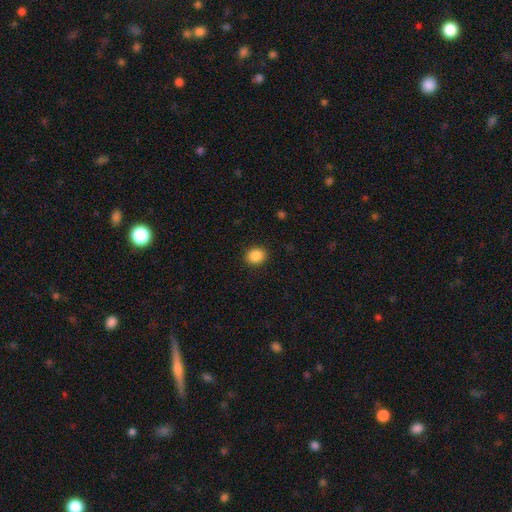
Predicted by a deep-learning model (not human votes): Smooth or featured? smooth (88%)
How rounded? round (56%)
Merging? none (90%)